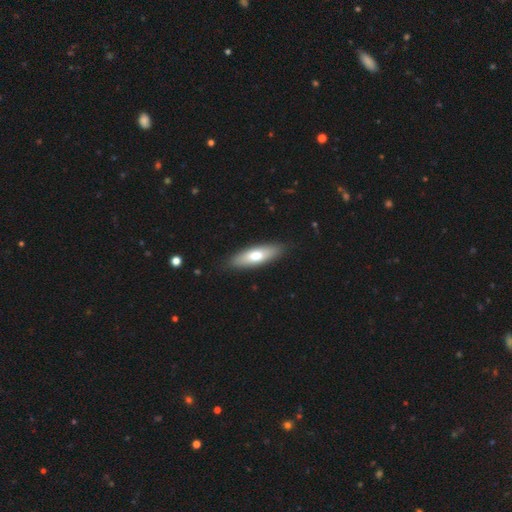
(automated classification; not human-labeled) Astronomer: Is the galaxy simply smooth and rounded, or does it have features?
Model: smooth — 69%.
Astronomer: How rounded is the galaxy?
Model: in between — 52% (runner-up: cigar-shaped, 46%).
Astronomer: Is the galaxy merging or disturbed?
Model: none — 87%.